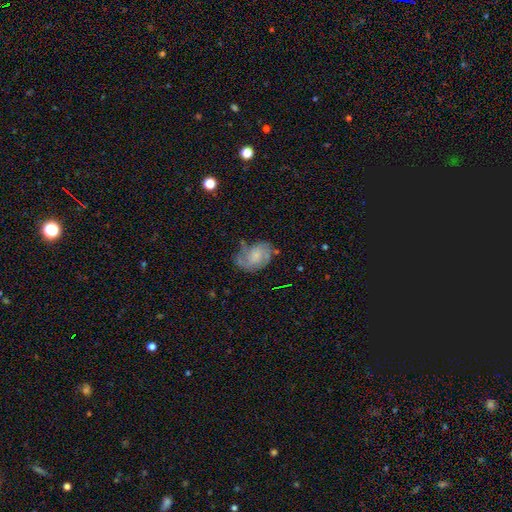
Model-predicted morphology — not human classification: Smooth or featured: featured or disk — 59% (smooth — 33%)
Edge-on disk: no — 97% (yes — 3%)
Bar: no — 71% (weak — 26%)
Spiral arms: yes — 85% (no — 15%)
Bulge size: small — 47% (moderate — 25%)
Merging: none — 55% (minor disturbance — 27%)